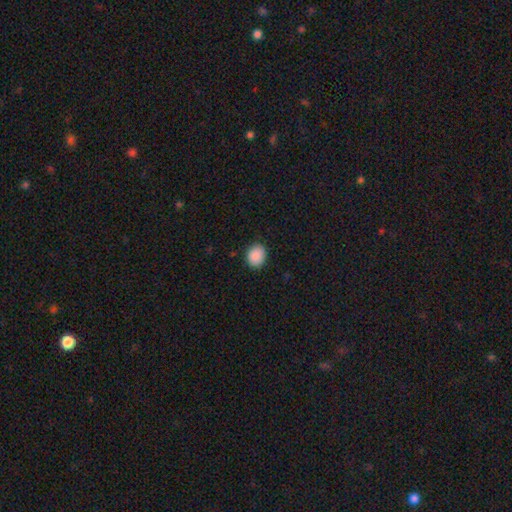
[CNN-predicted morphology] Q: Smooth or featured?
A: smooth (89%); runner-up: star or artifact (8%)
Q: How rounded?
A: round (56%); runner-up: in between (43%)
Q: Merging?
A: none (87%); runner-up: minor disturbance (10%)